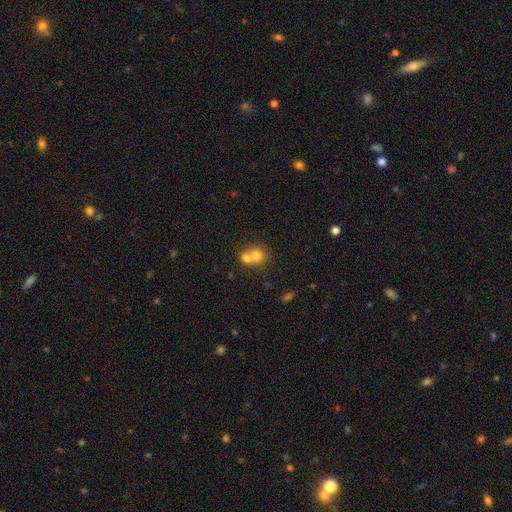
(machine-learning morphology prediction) Overall: smooth (73%). How rounded: round (77%). Merging: merger (65%; none 28%).